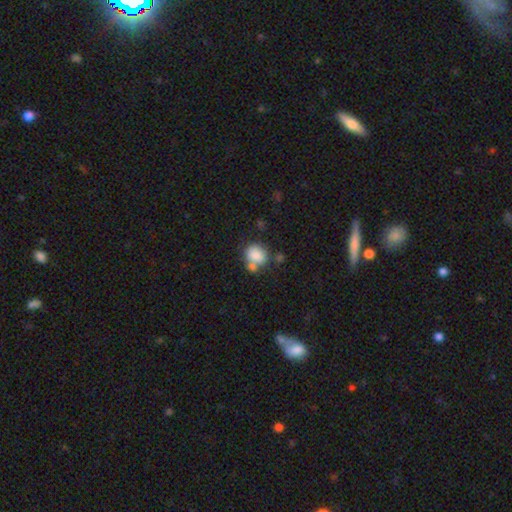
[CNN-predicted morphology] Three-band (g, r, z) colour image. It shows a smooth galaxy with no disk features (82%) that is round (59%). Merging: none (47%).